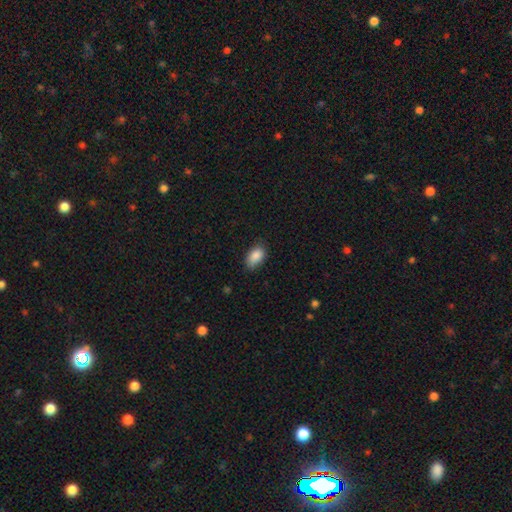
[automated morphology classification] A smooth galaxy with no disk features (88%) that is in between round and cigar-shaped (92%). Merging: none (78%).